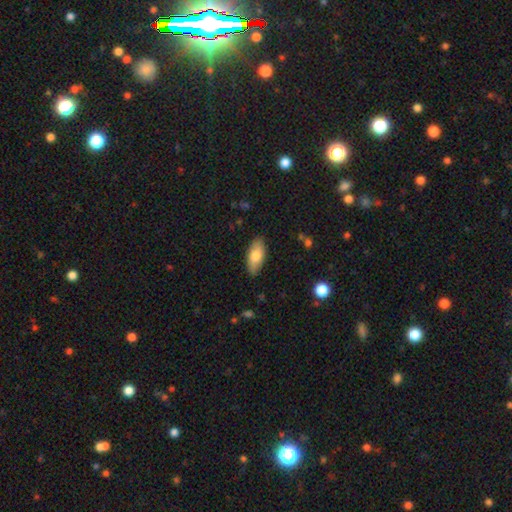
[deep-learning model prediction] Morphology: type=smooth (76%); roundness=in between (88%); merging=none (86%).